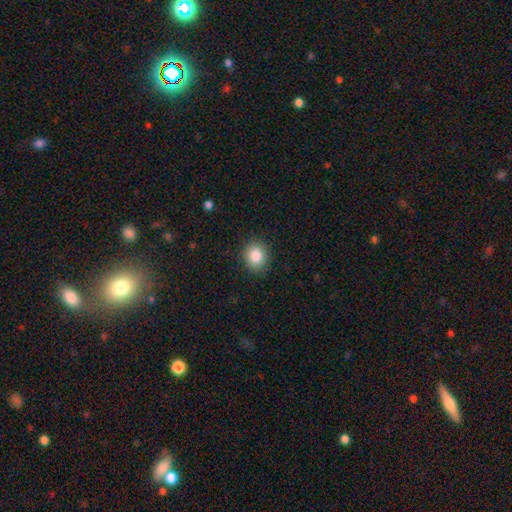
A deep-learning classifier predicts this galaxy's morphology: Q: Smooth or featured?
A: smooth (85%); runner-up: star or artifact (9%)
Q: How rounded?
A: round (71%); runner-up: in between (28%)
Q: Merging?
A: none (88%); runner-up: minor disturbance (9%)